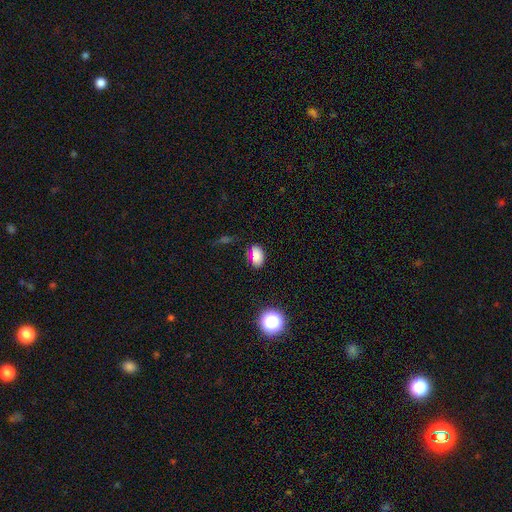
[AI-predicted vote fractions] smooth_or_featured: smooth (p=0.80) [alt: star or artifact p=0.14]
how_rounded: in between (p=0.86) [alt: round p=0.13]
merging: none (p=0.76) [alt: minor disturbance p=0.17]